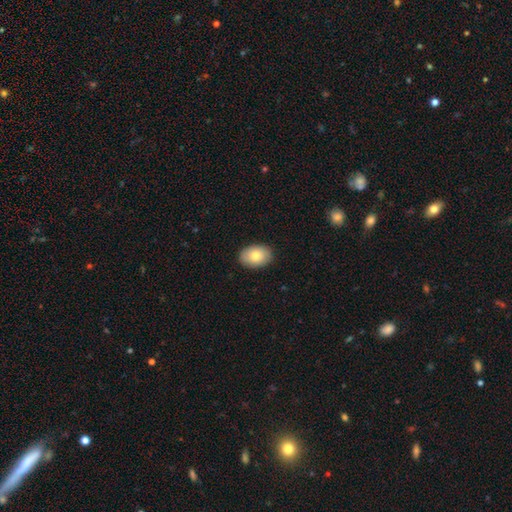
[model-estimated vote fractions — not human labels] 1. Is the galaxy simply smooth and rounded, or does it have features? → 80% smooth, 13% featured or disk, 7% star or artifact.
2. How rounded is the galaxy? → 83% in between, 16% round, 1% cigar-shaped.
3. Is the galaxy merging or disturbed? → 89% none, 8% minor disturbance, 2% major disturbance, 1% merger.